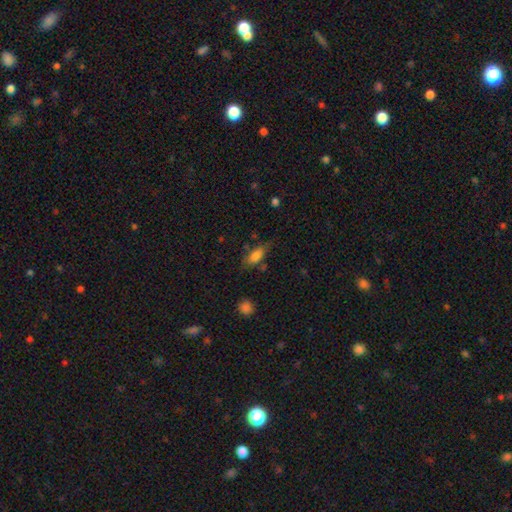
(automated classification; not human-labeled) Smooth or featured? smooth (77%)
How rounded? in between (80%)
Merging? none (62%)